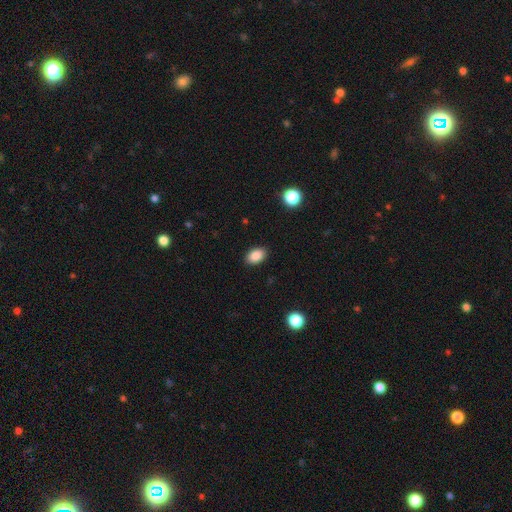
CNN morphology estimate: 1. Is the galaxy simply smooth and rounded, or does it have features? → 88% smooth, 8% star or artifact, 3% featured or disk.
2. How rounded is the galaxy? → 86% in between, 13% round, 1% cigar-shaped.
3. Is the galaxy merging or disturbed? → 88% none, 8% minor disturbance, 2% major disturbance, 1% merger.